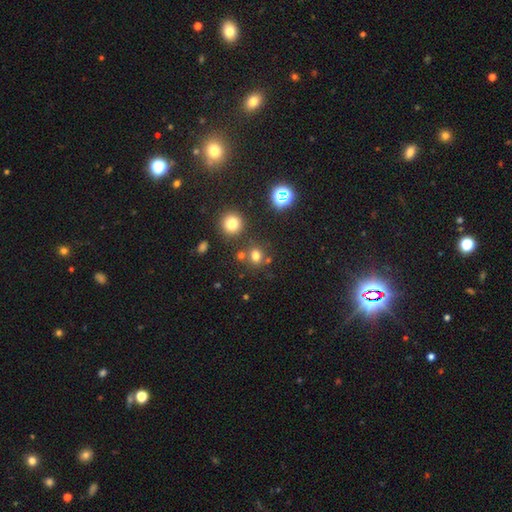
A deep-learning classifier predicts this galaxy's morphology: type=smooth (69%); roundness=round (71%); merging=none (71%).